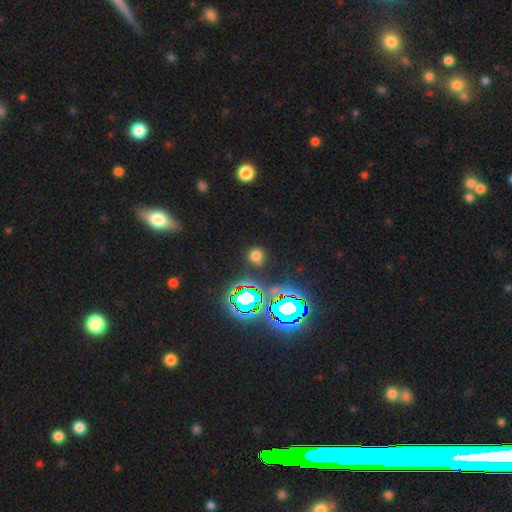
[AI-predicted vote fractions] Smooth or featured: smooth — 58% (star or artifact — 35%)
How rounded: round — 89% (in between — 9%)
Merging: none — 86% (minor disturbance — 8%)